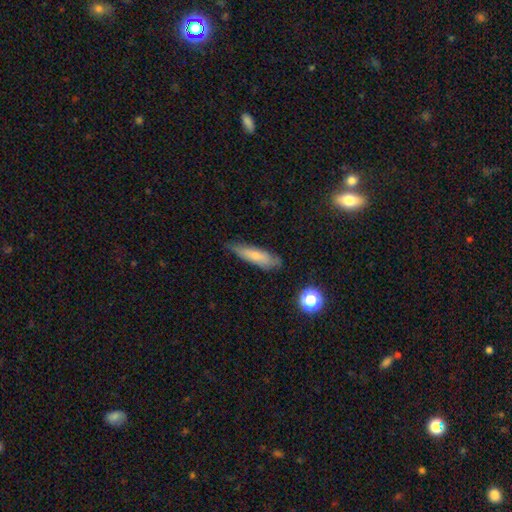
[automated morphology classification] smooth 70%, featured or disk 22%, star or artifact 8%. Down the decision tree: how rounded — cigar-shaped (69%); merging — none (69%).